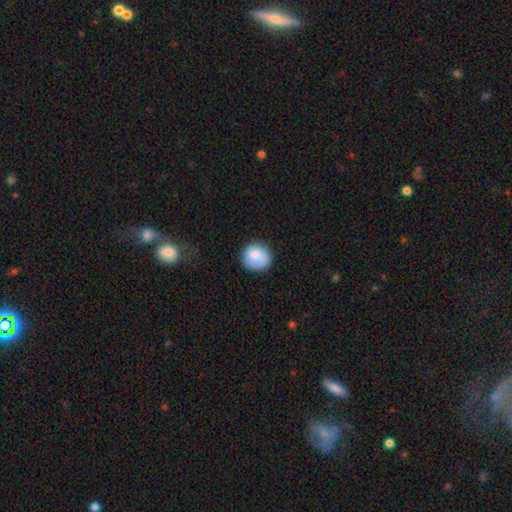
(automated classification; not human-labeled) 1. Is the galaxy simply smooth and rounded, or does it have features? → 83% smooth, 10% featured or disk, 7% star or artifact.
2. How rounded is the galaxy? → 87% round, 12% in between, 1% cigar-shaped.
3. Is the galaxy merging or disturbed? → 76% none, 17% minor disturbance, 5% major disturbance, 2% merger.